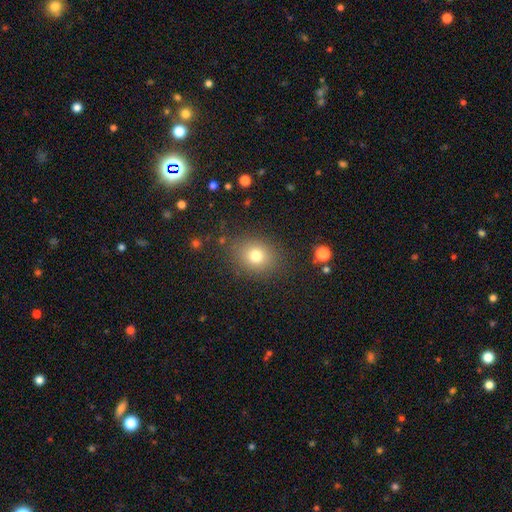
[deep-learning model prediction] Smooth or featured?
  - smooth: 77% *
  - star or artifact: 13%
  - featured or disk: 9%
How rounded?
  - round: 58% *
  - in between: 41%
  - cigar-shaped: 1%
Merging?
  - none: 84% *
  - minor disturbance: 10%
  - major disturbance: 4%
  - merger: 2%